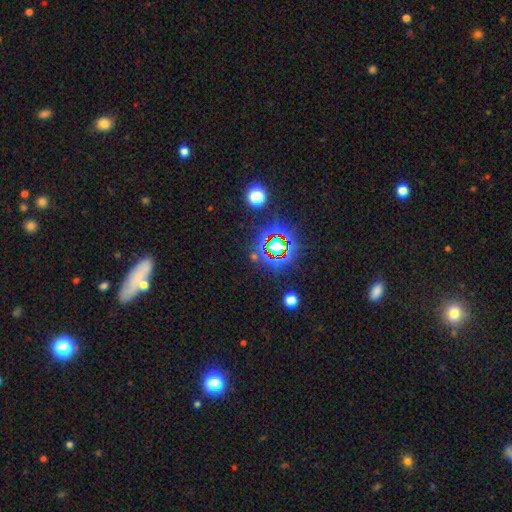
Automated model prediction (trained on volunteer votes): Overall: star or artifact (74%).